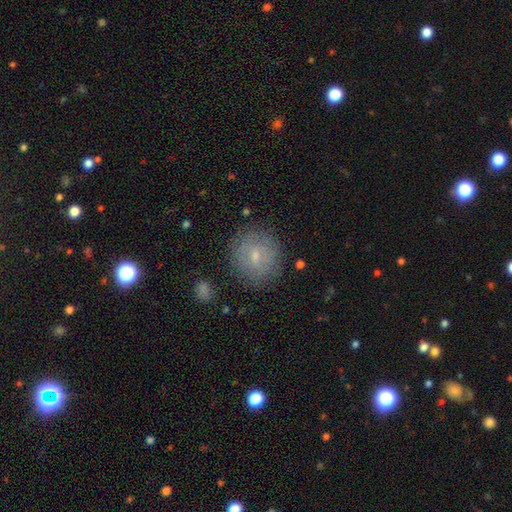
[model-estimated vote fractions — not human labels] A smooth galaxy with no disk features (56%) that is round (84%).

Vote fractions:
- Smooth or featured? smooth: 56% / featured or disk: 31% / star or artifact: 13%
- How rounded? round: 84% / in between: 14% / cigar-shaped: 1%
- Merging? none: 84% / minor disturbance: 11% / major disturbance: 4% / merger: 1%